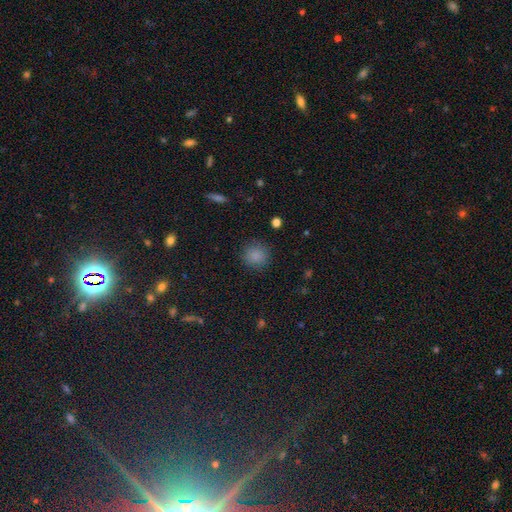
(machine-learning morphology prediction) smooth_or_featured: smooth (p=0.85) [alt: star or artifact p=0.11]
how_rounded: round (p=0.92) [alt: in between p=0.07]
merging: none (p=0.88) [alt: minor disturbance p=0.08]